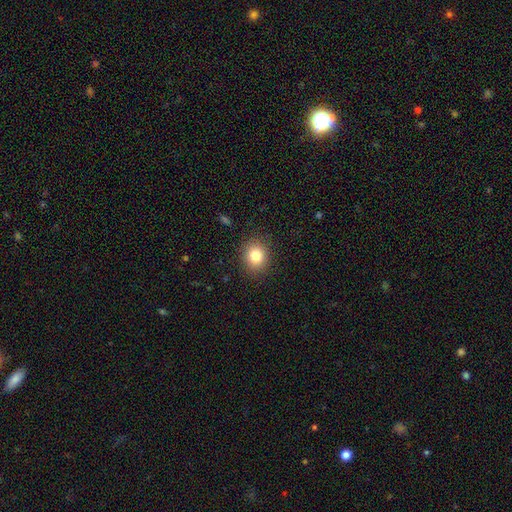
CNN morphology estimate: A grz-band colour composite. It shows a smooth galaxy with no disk features (82%) that is round (70%). Merging: none (88%).